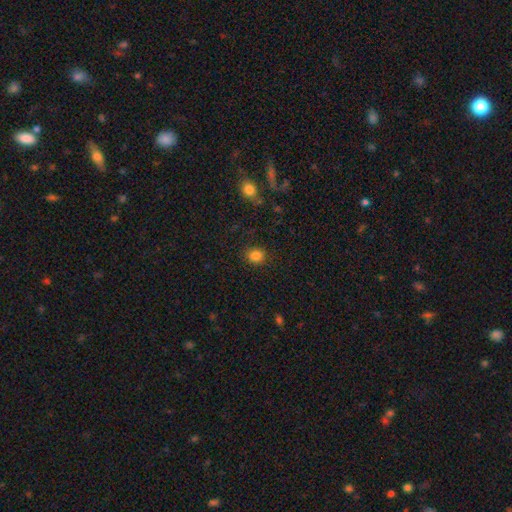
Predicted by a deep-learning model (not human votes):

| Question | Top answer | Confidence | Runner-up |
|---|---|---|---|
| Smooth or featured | smooth | 83% | star or artifact (12%) |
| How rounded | round | 66% | in between (33%) |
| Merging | none | 86% | minor disturbance (10%) |